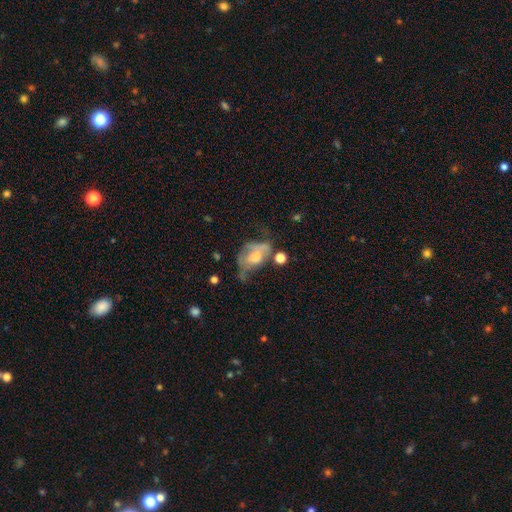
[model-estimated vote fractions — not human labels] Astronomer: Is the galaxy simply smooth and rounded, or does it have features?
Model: smooth — 45% (runner-up: featured or disk, 44%).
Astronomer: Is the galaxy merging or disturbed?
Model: major disturbance — 41% (runner-up: minor disturbance, 23%).